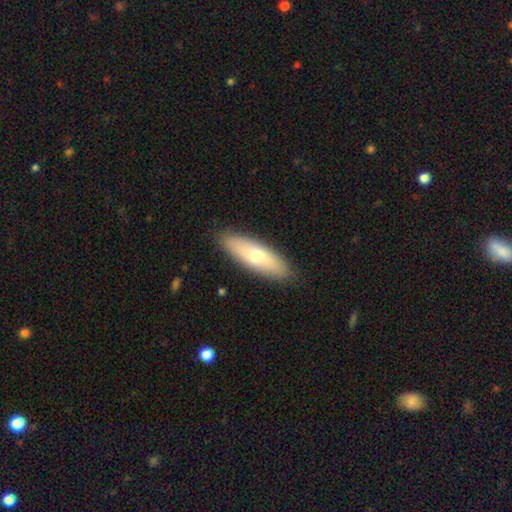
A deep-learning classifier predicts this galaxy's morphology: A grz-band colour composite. It shows a smooth galaxy with no disk features (61%) that is in between round and cigar-shaped (50%). Merging: none (89%).